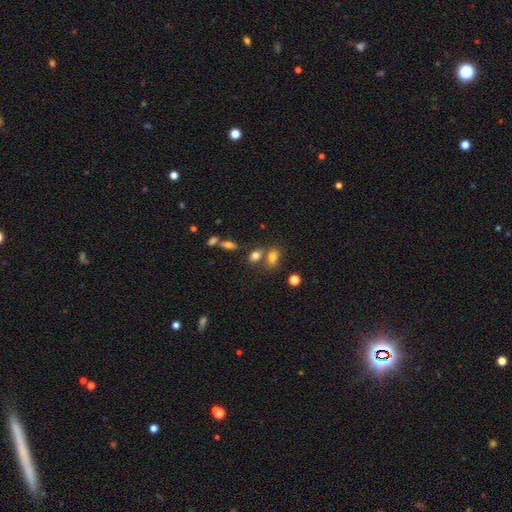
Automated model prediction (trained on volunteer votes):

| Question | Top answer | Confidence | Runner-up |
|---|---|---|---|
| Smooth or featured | smooth | 77% | star or artifact (12%) |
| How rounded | in between | 82% | round (14%) |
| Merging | none | 49% | merger (35%) |